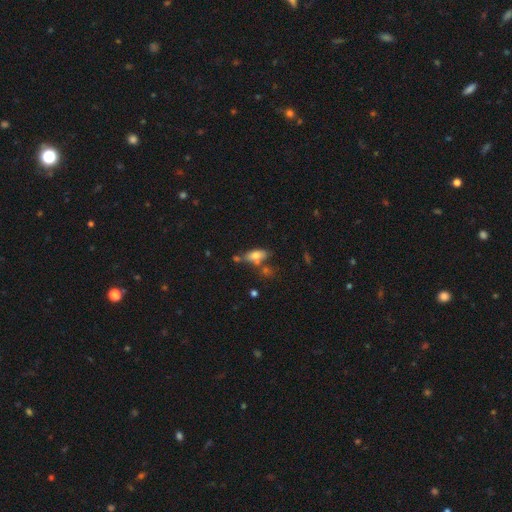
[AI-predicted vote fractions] Morphology: type=smooth (71%); roundness=in between (78%); merging=none (52%).